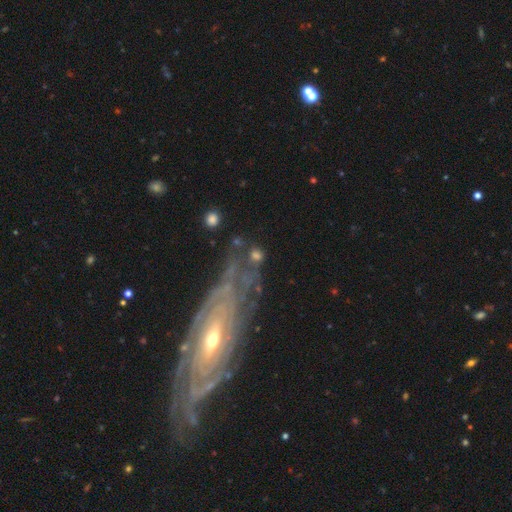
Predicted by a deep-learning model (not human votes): This appears to be a smooth galaxy with no disk features (45%). Merging: none (67%).